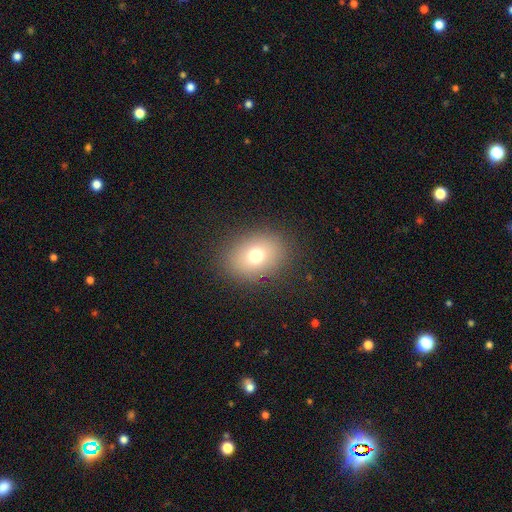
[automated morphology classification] smooth-or-featured: smooth: 72% | star or artifact: 15% | featured or disk: 13%
  how-rounded: in between: 56% | round: 43% | cigar-shaped: 1%
  merging: none: 87% | minor disturbance: 8% | major disturbance: 4% | merger: 1%